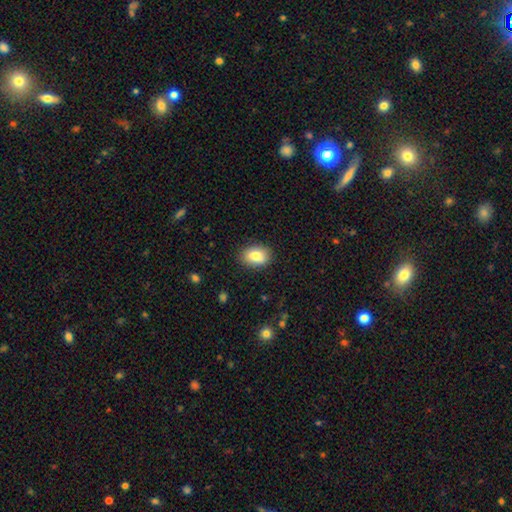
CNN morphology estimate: A smooth galaxy with no disk features (82%) that is in between round and cigar-shaped (79%).

Vote fractions:
- Smooth or featured? smooth: 82% / featured or disk: 10% / star or artifact: 8%
- How rounded? in between: 79% / round: 20% / cigar-shaped: 1%
- Merging? none: 87% / minor disturbance: 10% / major disturbance: 2% / merger: 1%